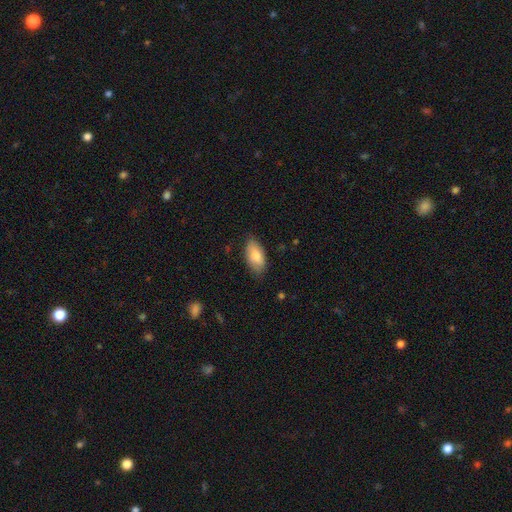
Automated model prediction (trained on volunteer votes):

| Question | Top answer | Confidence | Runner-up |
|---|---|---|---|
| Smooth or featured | smooth | 83% | featured or disk (11%) |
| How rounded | in between | 92% | cigar-shaped (6%) |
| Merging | none | 78% | minor disturbance (18%) |